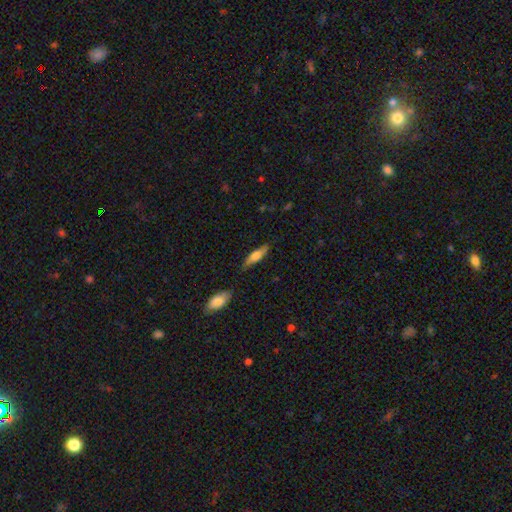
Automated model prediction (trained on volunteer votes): This is possibly a smooth galaxy (55%). How rounded: likely cigar-shaped (64%). Merging: likely none (78%).